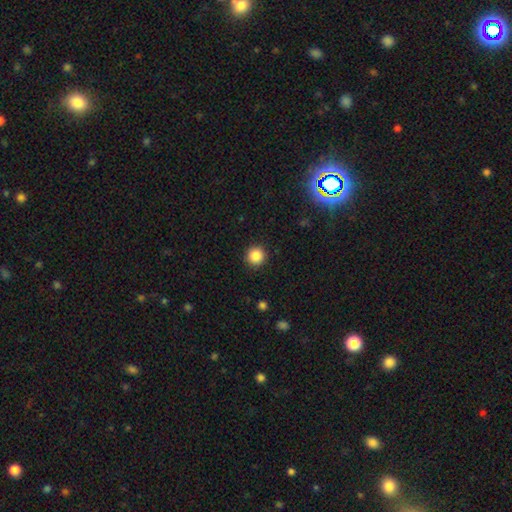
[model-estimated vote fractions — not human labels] Overall: smooth (86%). How rounded: round (95%). Merging: none (92%).